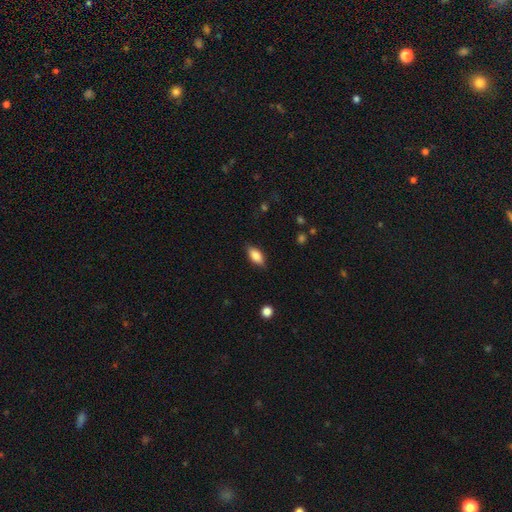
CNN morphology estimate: Overall: smooth (83%). How rounded: in between (88%). Merging: none (83%).